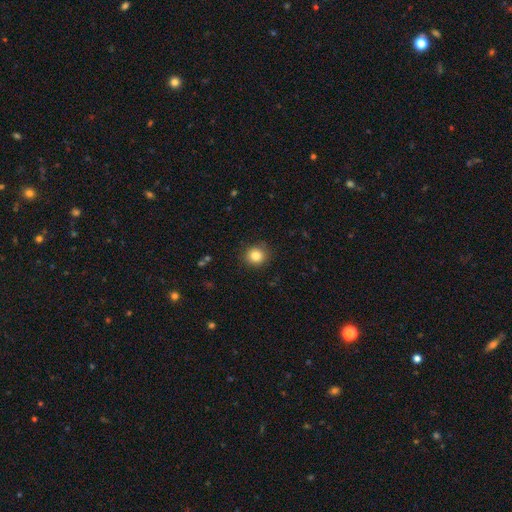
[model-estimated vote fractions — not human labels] Smooth or featured? smooth (83%)
How rounded? round (88%)
Merging? none (87%)